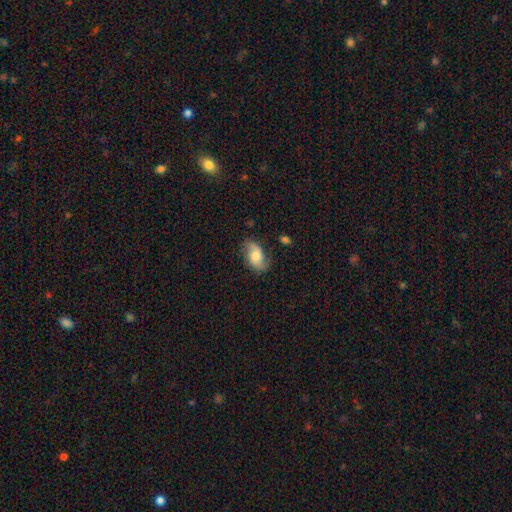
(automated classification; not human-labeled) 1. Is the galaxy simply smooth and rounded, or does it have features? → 54% featured or disk, 38% smooth, 8% star or artifact.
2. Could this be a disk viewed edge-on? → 96% no, 4% yes.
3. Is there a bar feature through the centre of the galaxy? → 65% no, 30% weak, 6% strong.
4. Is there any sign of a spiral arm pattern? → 90% yes, 10% no.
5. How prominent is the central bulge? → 49% moderate, 22% large, 19% small, 6% none, 3% dominant.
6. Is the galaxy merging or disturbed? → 72% none, 19% minor disturbance, 6% major disturbance, 2% merger.